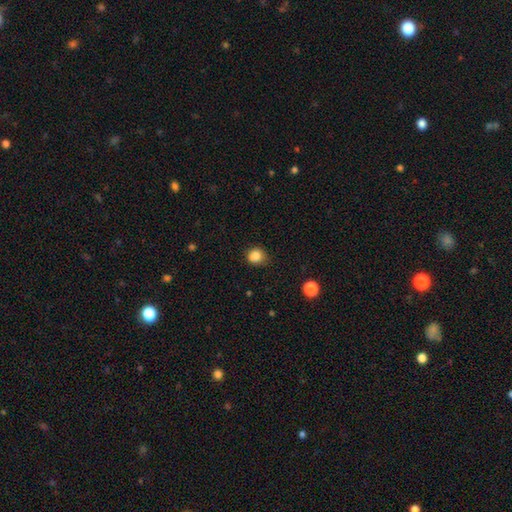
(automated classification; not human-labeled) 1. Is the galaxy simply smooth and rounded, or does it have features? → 85% smooth, 11% star or artifact, 4% featured or disk.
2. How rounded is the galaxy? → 83% round, 16% in between, 1% cigar-shaped.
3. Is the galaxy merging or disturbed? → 82% none, 14% minor disturbance, 3% major disturbance, 1% merger.